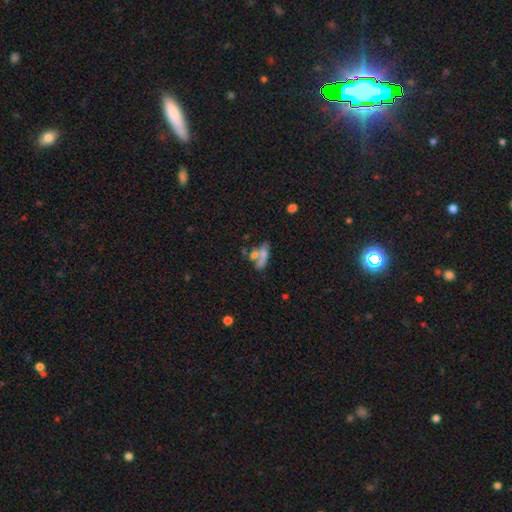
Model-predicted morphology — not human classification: Smooth or featured: smooth — 50% (featured or disk — 34%)
How rounded: in between — 53% (cigar-shaped — 34%)
Merging: merger — 39% (none — 38%)